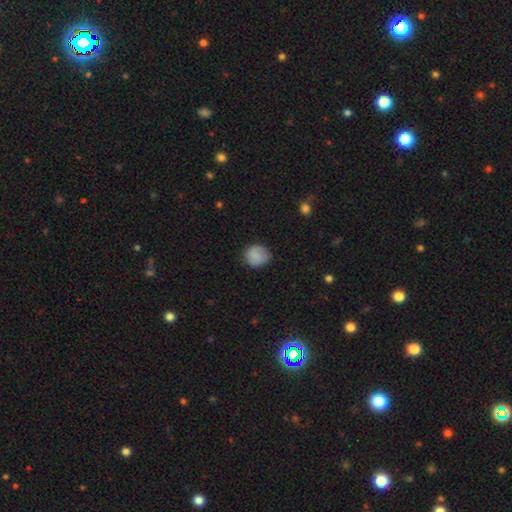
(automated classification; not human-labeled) A smooth galaxy with no disk features (85%) that is round (84%).

Vote fractions:
- Smooth or featured? smooth: 85% / star or artifact: 8% / featured or disk: 7%
- How rounded? round: 84% / in between: 15% / cigar-shaped: 1%
- Merging? none: 80% / minor disturbance: 16% / major disturbance: 4% / merger: 1%